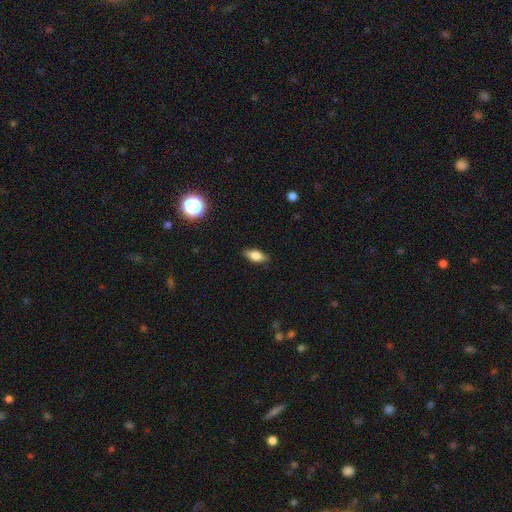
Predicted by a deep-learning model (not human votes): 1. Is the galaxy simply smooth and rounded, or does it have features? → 74% smooth, 18% featured or disk, 8% star or artifact.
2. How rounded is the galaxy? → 81% in between, 15% cigar-shaped, 4% round.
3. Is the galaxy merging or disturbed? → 86% none, 11% minor disturbance, 2% major disturbance, 1% merger.